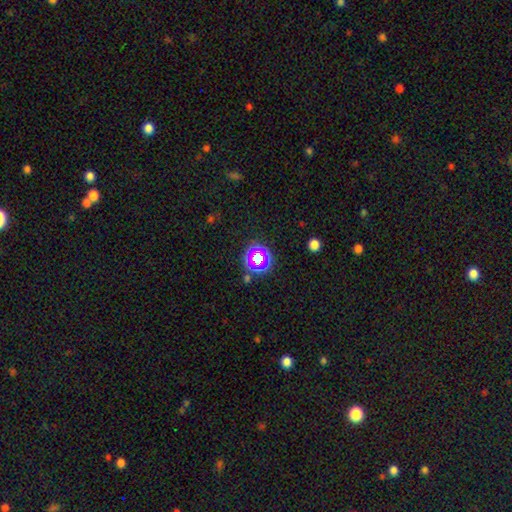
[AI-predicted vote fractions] Smooth or featured: star or artifact — 49% (smooth — 35%)